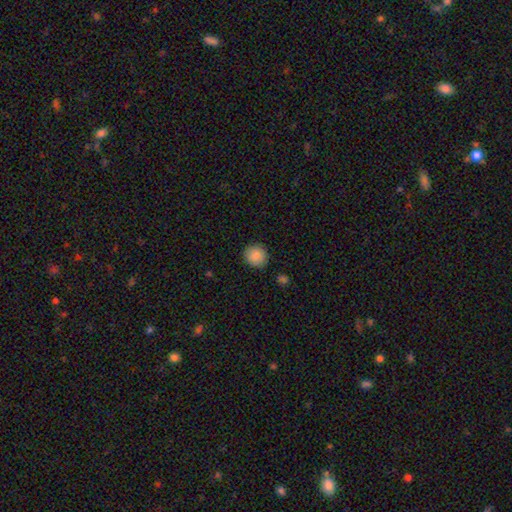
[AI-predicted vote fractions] Overall: smooth (88%). How rounded: round (89%). Merging: none (88%).